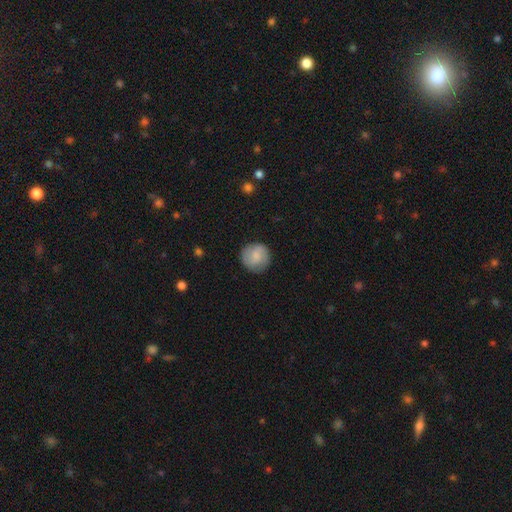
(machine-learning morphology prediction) Q: Smooth or featured?
A: smooth (72%); runner-up: featured or disk (21%)
Q: How rounded?
A: round (92%); runner-up: in between (7%)
Q: Merging?
A: none (84%); runner-up: minor disturbance (12%)